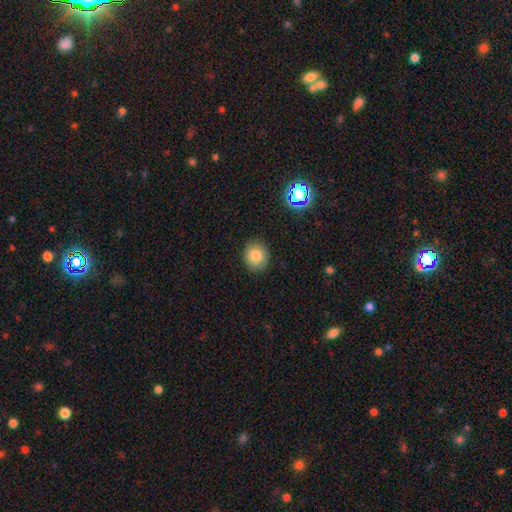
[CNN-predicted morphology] Smooth or featured? Predicted: smooth (p=0.81). How rounded? Predicted: round (p=0.70). Merging? Predicted: none (p=0.87).